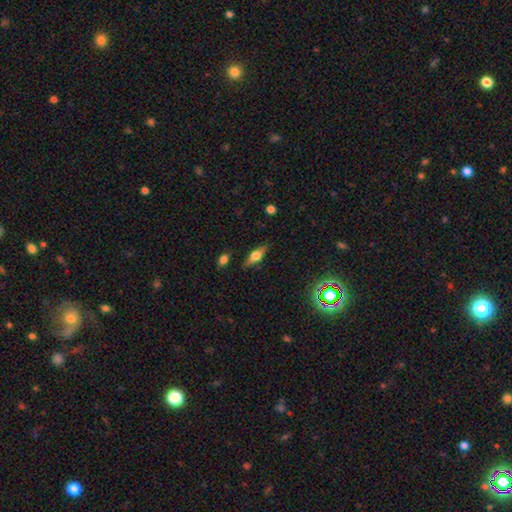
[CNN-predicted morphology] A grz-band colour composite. It shows a featured or disk galaxy (52%) viewed edge-on (92%). Merging: none (85%).